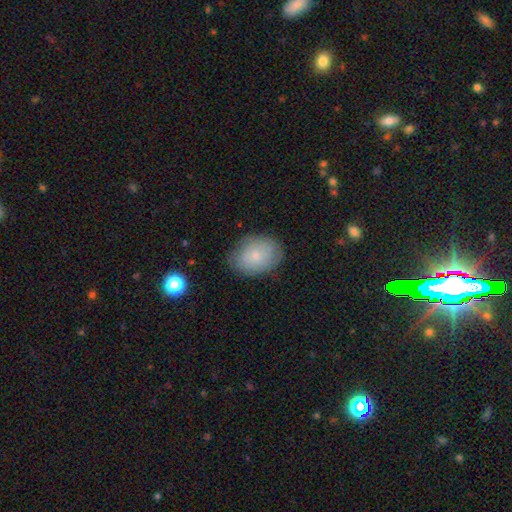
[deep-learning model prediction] This is likely a smooth galaxy (76%). How rounded: likely in between (70%). Merging: likely none (78%).